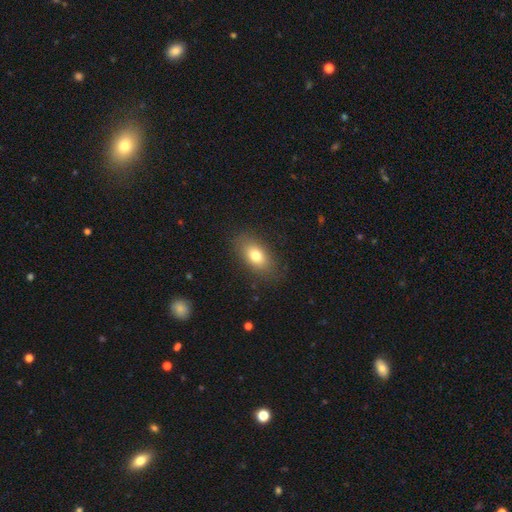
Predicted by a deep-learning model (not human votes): A smooth galaxy with no disk features (77%) that is in between round and cigar-shaped (88%). Merging: none (84%).